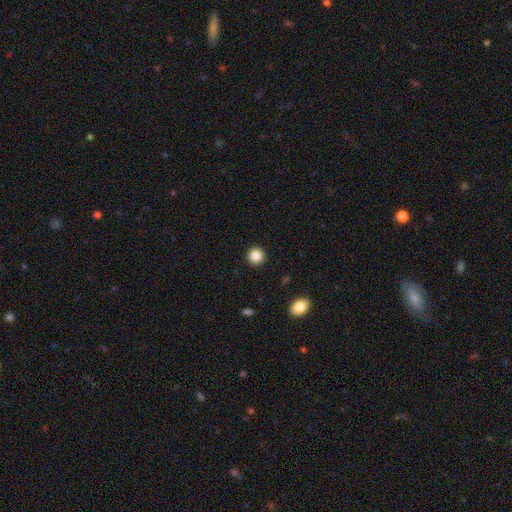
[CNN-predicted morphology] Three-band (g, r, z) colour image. It shows a smooth galaxy with no disk features (86%) that is round (95%). Merging: none (93%).